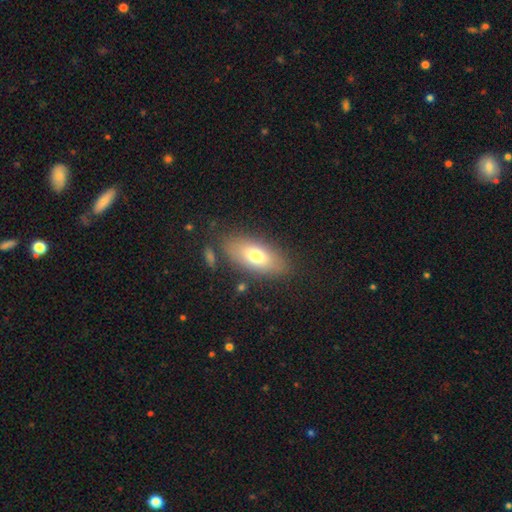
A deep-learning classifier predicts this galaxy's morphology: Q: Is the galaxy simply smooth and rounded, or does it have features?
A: smooth — 71%.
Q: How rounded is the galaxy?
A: in between — 84%.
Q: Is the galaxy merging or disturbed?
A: none — 80%.